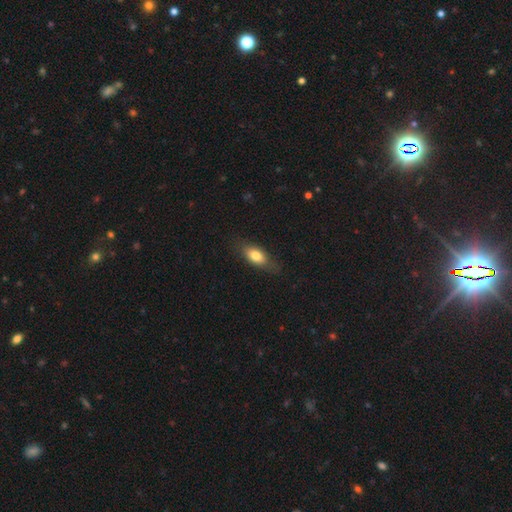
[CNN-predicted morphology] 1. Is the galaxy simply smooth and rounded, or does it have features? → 76% smooth, 17% featured or disk, 7% star or artifact.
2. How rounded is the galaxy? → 83% in between, 13% cigar-shaped, 5% round.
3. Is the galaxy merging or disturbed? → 76% none, 18% minor disturbance, 5% major disturbance, 1% merger.